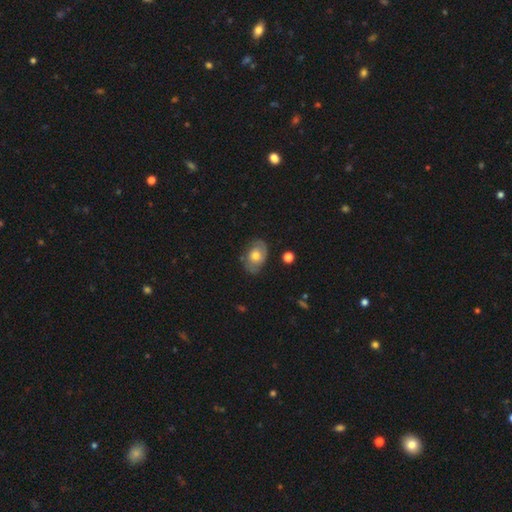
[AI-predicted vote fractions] Morphology: type=featured or disk (51%); edge-on=no (94%); merging=none (71%).